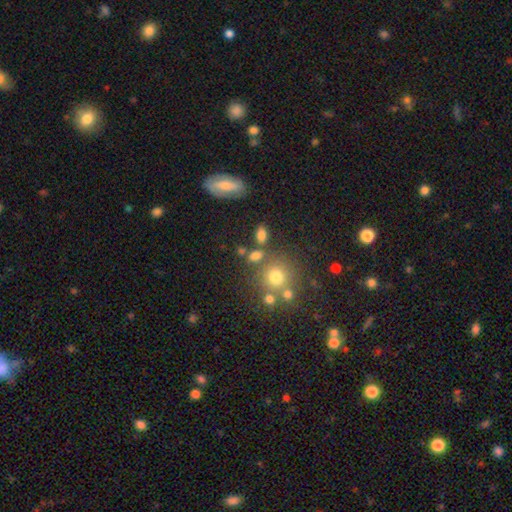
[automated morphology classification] This appears to be a smooth galaxy with no disk features (72%) that is in between round and cigar-shaped (58%). Merging: none (63%).